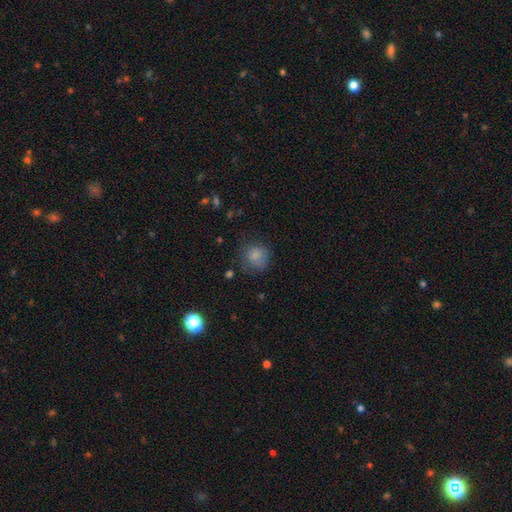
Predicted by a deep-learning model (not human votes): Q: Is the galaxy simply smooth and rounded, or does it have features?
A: smooth — 81%.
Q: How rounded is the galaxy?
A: round — 83%.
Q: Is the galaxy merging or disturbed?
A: none — 62%.